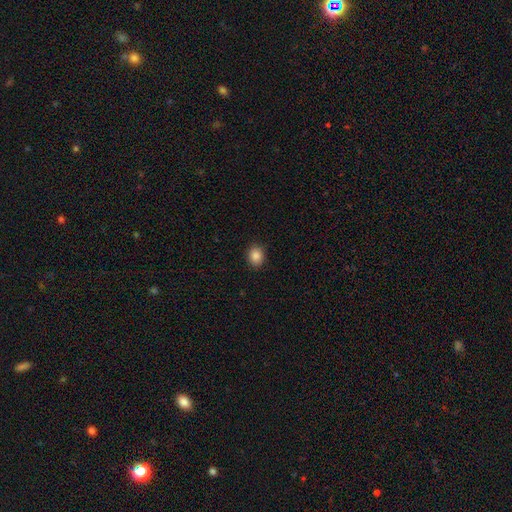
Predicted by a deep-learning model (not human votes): Overall: smooth (87%). How rounded: round (50%, tied with in between). Merging: none (90%).